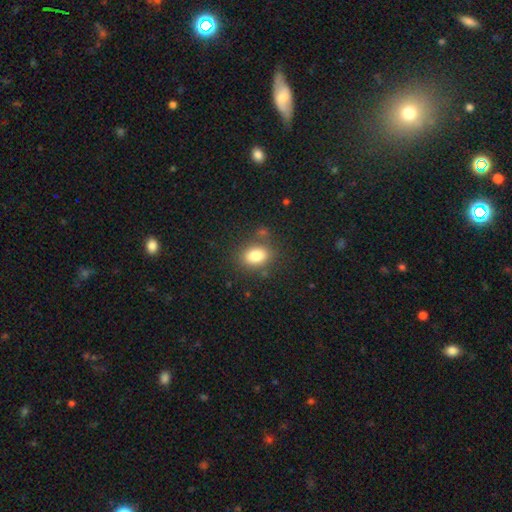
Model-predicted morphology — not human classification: smooth-or-featured: smooth: 84% | star or artifact: 9% | featured or disk: 7%
  how-rounded: in between: 78% | round: 20% | cigar-shaped: 1%
  merging: none: 76% | minor disturbance: 14% | merger: 5% | major disturbance: 5%